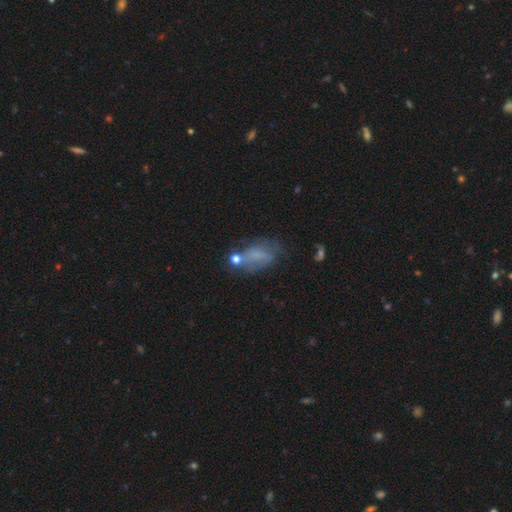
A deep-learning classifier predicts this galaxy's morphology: type=smooth (50%); roundness=in between (85%); merging=none (43%).